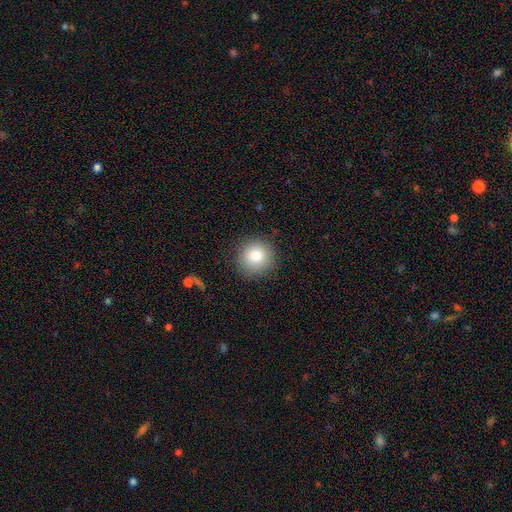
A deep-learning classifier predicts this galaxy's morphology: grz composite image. It shows a smooth galaxy with no disk features (82%) that is round (93%). Merging: none (88%).